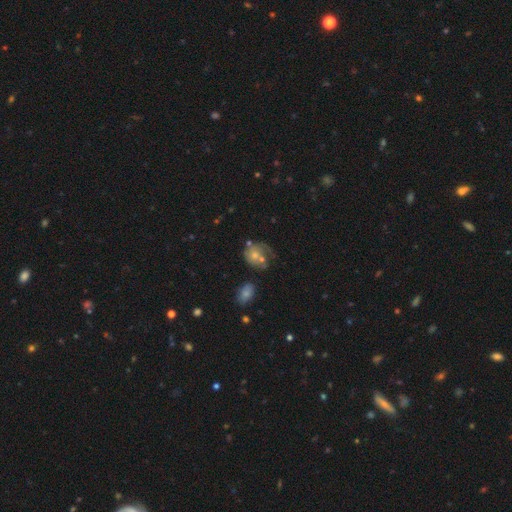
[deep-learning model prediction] This appears to be a featured or disk galaxy (47%). Merging: major disturbance (30%, tied with none).